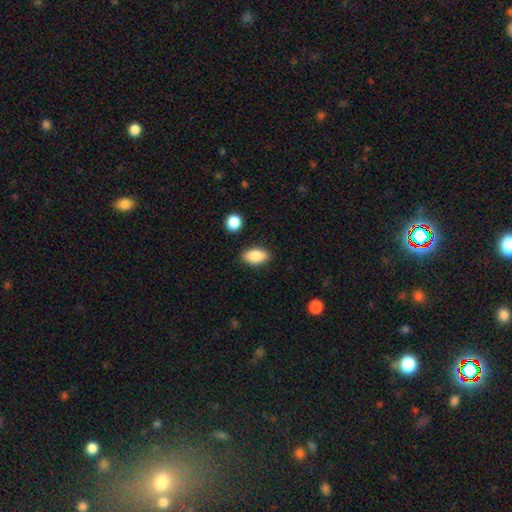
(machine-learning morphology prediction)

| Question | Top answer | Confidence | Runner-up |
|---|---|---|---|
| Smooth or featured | smooth | 87% | star or artifact (7%) |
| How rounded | in between | 91% | round (6%) |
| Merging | none | 86% | minor disturbance (10%) |